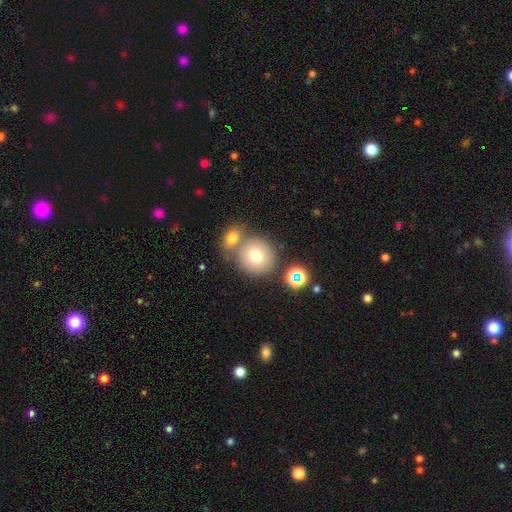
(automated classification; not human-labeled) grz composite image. It shows a smooth galaxy with no disk features (72%) that is round (89%). Merging: none (60%).